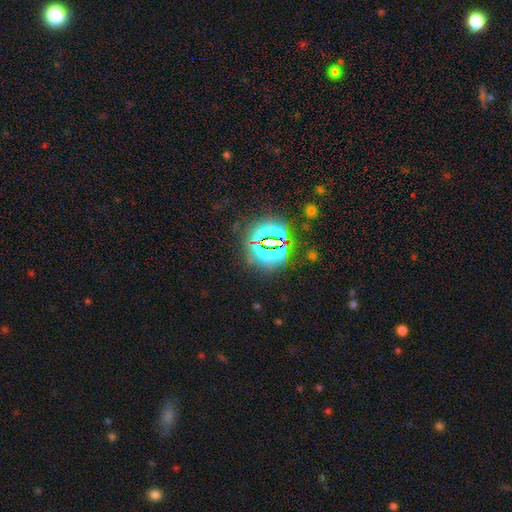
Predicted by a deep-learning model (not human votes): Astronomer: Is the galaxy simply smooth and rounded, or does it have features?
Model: star or artifact — 81%.